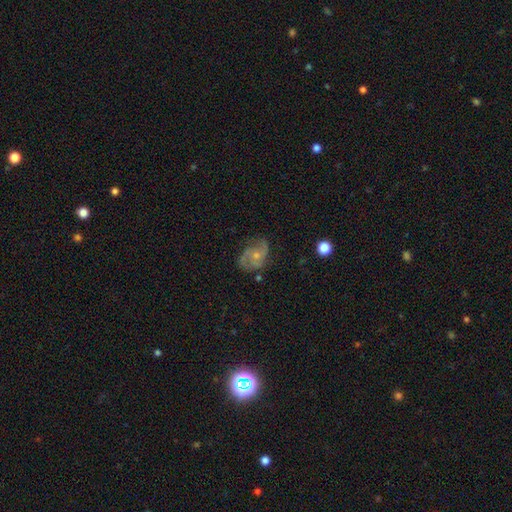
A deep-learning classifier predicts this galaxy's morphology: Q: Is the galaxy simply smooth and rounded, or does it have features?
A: featured or disk — 81%.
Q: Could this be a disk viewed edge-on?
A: no — 98%.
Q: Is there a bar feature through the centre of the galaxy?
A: no — 71%.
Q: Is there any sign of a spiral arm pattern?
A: yes — 95%.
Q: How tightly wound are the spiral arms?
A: medium — 53%.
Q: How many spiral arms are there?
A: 2 — 56%.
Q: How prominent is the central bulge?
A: small — 57%.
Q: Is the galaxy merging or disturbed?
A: none — 66%.